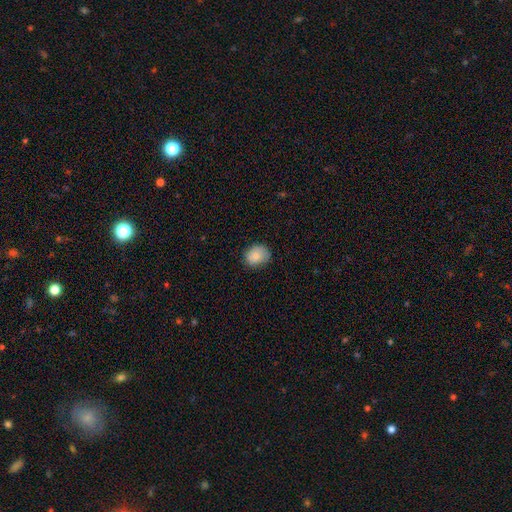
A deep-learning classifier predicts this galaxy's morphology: This is clearly a smooth galaxy (83%). How rounded: possibly round (58%). Merging: likely none (75%).